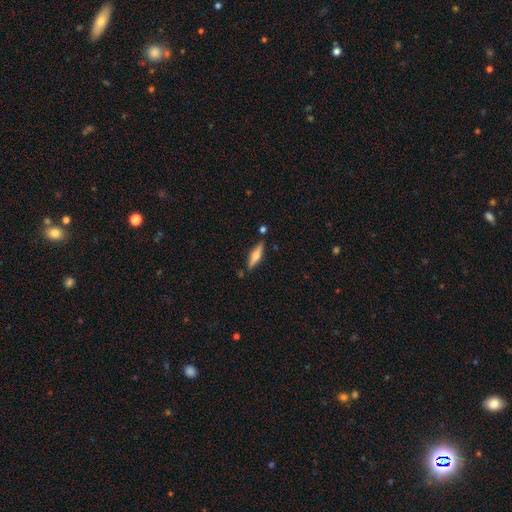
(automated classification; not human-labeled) A featured or disk galaxy (53%) viewed edge-on (93%). Merging: none (82%).